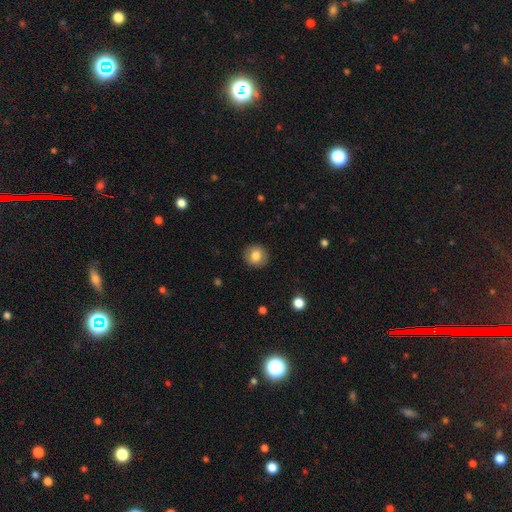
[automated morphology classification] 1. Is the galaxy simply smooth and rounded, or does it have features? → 80% smooth, 11% featured or disk, 9% star or artifact.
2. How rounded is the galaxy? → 88% round, 11% in between, 1% cigar-shaped.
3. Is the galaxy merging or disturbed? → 90% none, 7% minor disturbance, 2% major disturbance, 1% merger.